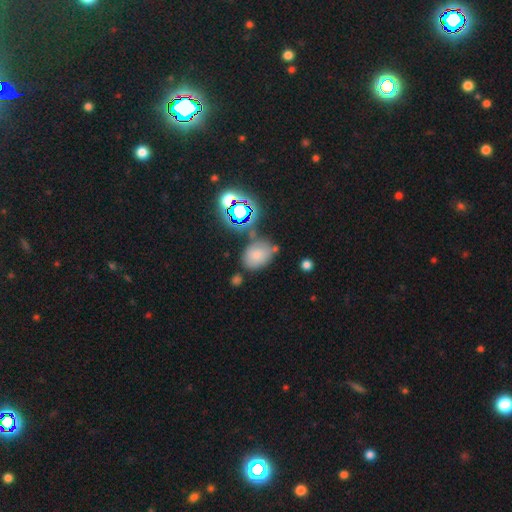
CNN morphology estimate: type=smooth (68%); roundness=in between (66%); merging=none (62%).